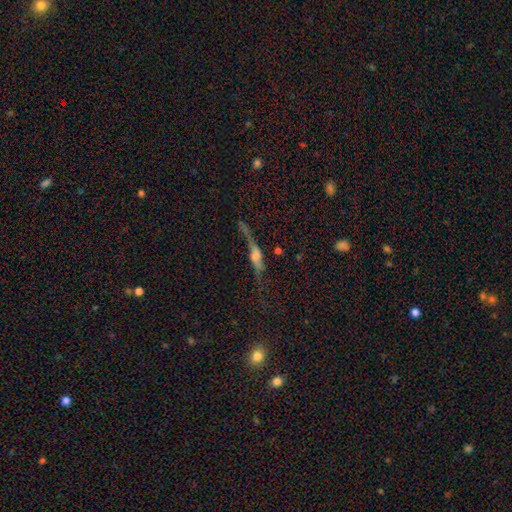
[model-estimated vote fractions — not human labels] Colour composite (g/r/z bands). It shows a featured or disk galaxy (59%) viewed edge-on (76%). Merging: none (51%).